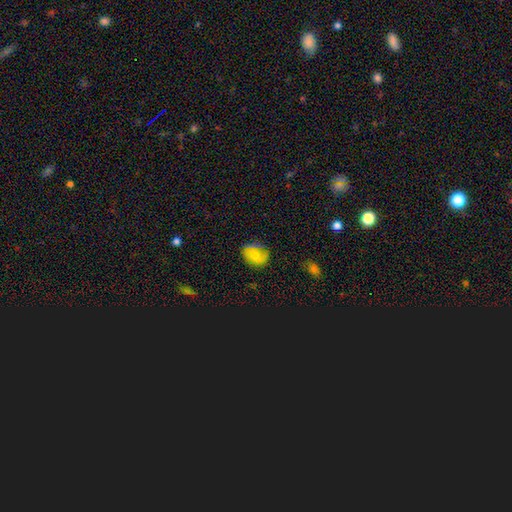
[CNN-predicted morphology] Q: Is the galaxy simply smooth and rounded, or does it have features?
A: smooth — 71%.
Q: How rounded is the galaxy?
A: round — 50%.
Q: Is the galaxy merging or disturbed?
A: none — 70%.